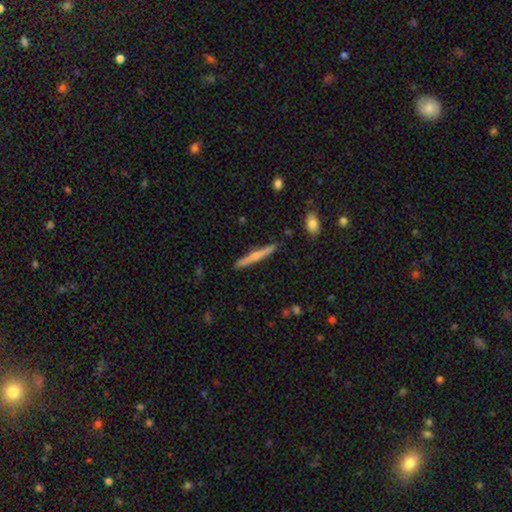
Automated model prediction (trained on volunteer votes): Smooth or featured? featured or disk (52%)
Edge-on disk? yes (97%)
Edge-on bulge? rounded (69%)
Merging? none (89%)